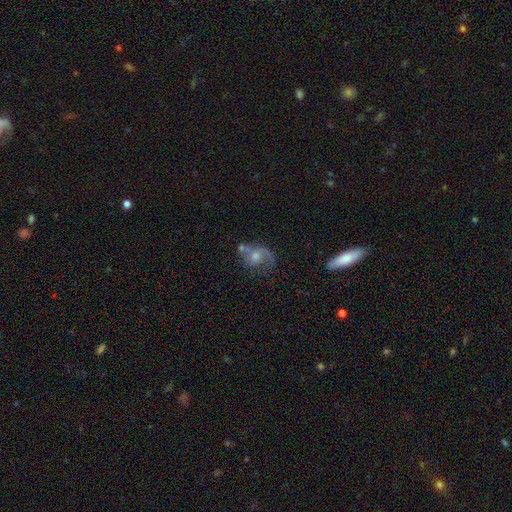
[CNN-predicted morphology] A featured or disk galaxy (69%) with no bar (62%), 2 (55%) medium (43%) spiral arms (87%) and a moderate central bulge (55%). Merging: none (51%).